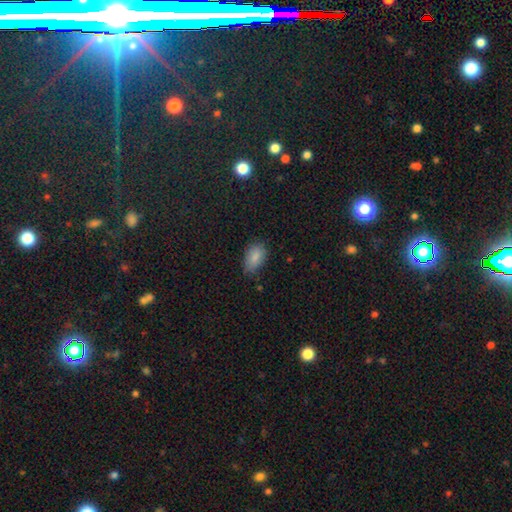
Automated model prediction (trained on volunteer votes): Smooth or featured?
  - smooth: 84% *
  - star or artifact: 10%
  - featured or disk: 6%
How rounded?
  - in between: 91% *
  - round: 7%
  - cigar-shaped: 3%
Merging?
  - none: 70% *
  - minor disturbance: 24%
  - major disturbance: 4%
  - merger: 2%